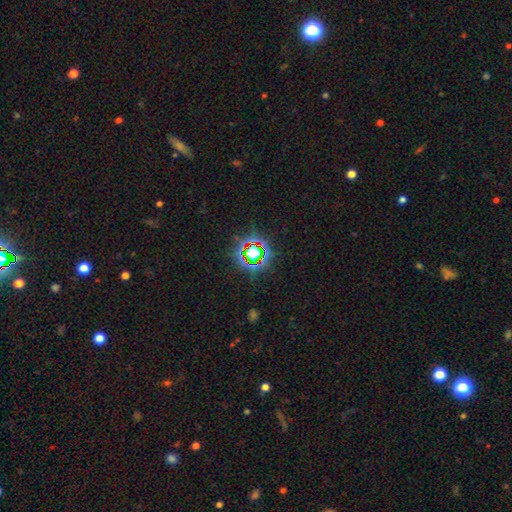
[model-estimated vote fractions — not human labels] Smooth or featured? star or artifact (73%)